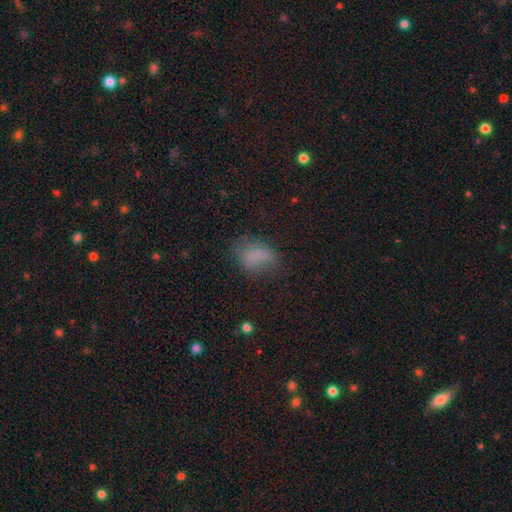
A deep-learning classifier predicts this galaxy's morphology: smooth_or_featured: smooth (p=0.72) [alt: star or artifact p=0.15]
how_rounded: in between (p=0.82) [alt: round p=0.16]
merging: none (p=0.48) [alt: minor disturbance p=0.28]